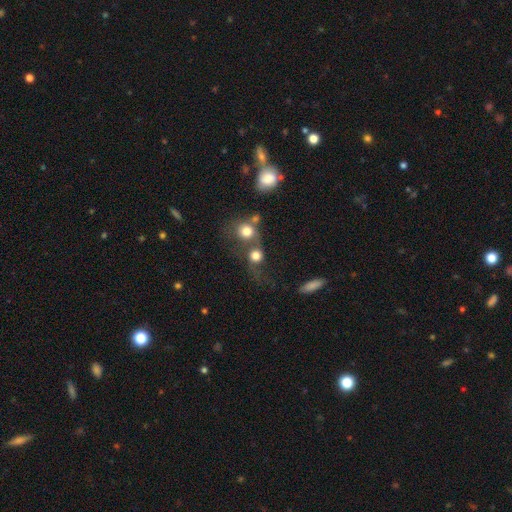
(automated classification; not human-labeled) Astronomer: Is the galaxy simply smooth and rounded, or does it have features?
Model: smooth — 69%.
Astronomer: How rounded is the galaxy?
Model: round — 81%.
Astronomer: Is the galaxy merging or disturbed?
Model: merger — 52%.